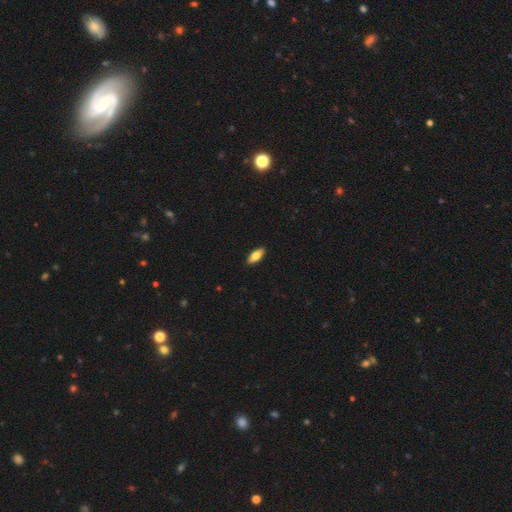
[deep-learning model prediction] Smooth or featured?
  - smooth: 78% *
  - featured or disk: 16%
  - star or artifact: 6%
How rounded?
  - in between: 83% *
  - cigar-shaped: 14%
  - round: 2%
Merging?
  - none: 90% *
  - minor disturbance: 7%
  - major disturbance: 1%
  - merger: 1%